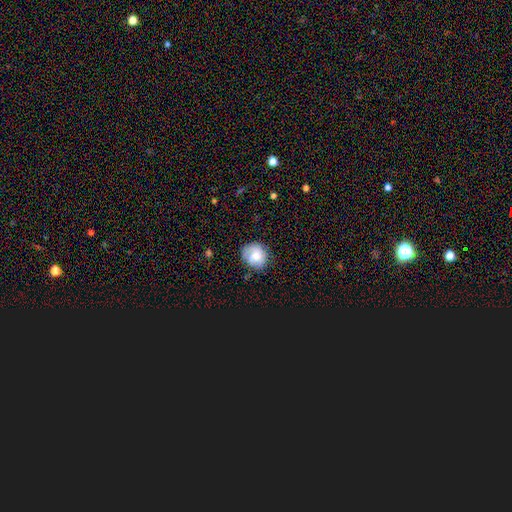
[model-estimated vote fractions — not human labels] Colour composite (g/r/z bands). It shows a smooth galaxy with no disk features (55%) that is round (78%). Merging: none (68%).